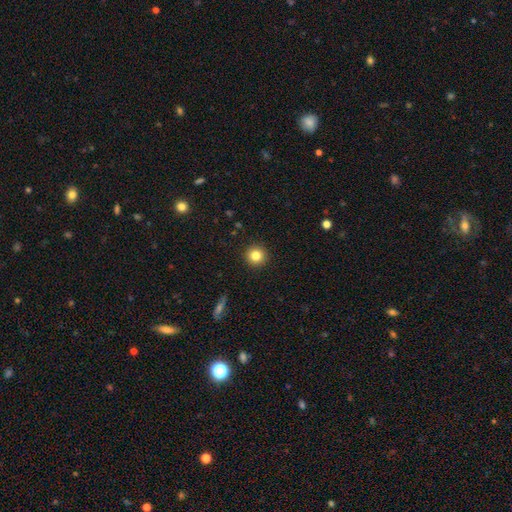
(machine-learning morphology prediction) The model was most divided on "smooth or featured": smooth: 82%, star or artifact: 11%, featured or disk: 7%. More confident: how rounded — round (95%); merging — none (93%).